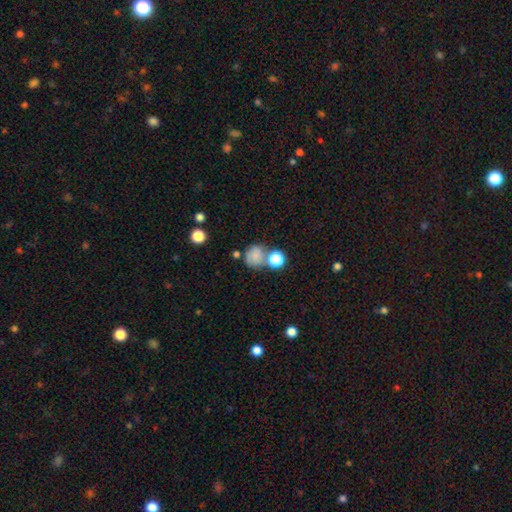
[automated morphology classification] A smooth galaxy with no disk features (72%) that is round (74%).

Vote fractions:
- Smooth or featured? smooth: 72% / featured or disk: 14% / star or artifact: 13%
- How rounded? round: 74% / in between: 25% / cigar-shaped: 1%
- Merging? none: 49% / merger: 27% / minor disturbance: 16% / major disturbance: 8%